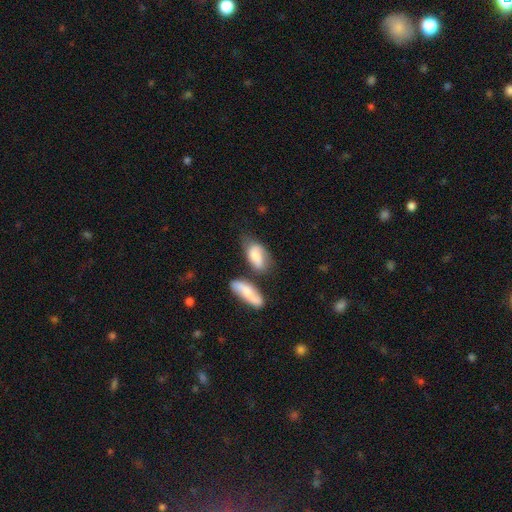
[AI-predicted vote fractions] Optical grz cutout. It shows a smooth galaxy with no disk features (63%) that is in between round and cigar-shaped (88%). Merging: none (41%).